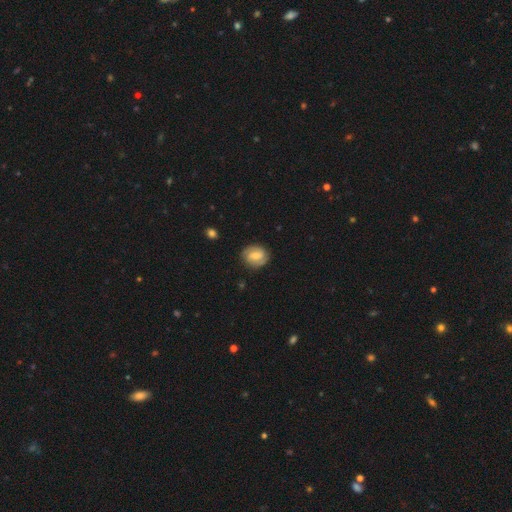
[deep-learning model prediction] A smooth galaxy with no disk features (47%).

Vote fractions:
- Smooth or featured? smooth: 47% / featured or disk: 45% / star or artifact: 8%
- Merging? none: 80% / minor disturbance: 15% / major disturbance: 4% / merger: 1%